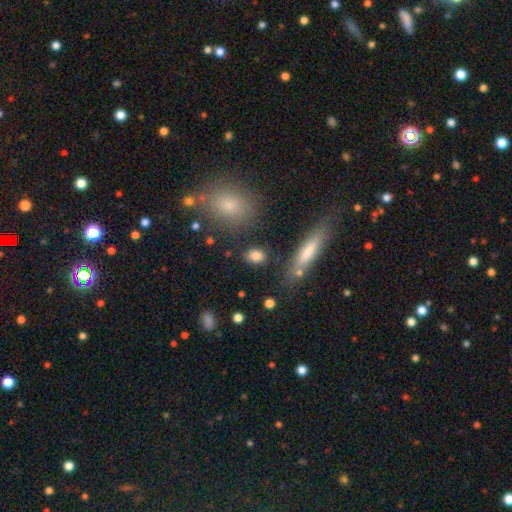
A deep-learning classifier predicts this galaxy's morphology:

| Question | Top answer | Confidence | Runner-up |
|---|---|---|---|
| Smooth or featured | smooth | 84% | star or artifact (9%) |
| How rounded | in between | 64% | round (30%) |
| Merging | none | 82% | minor disturbance (10%) |